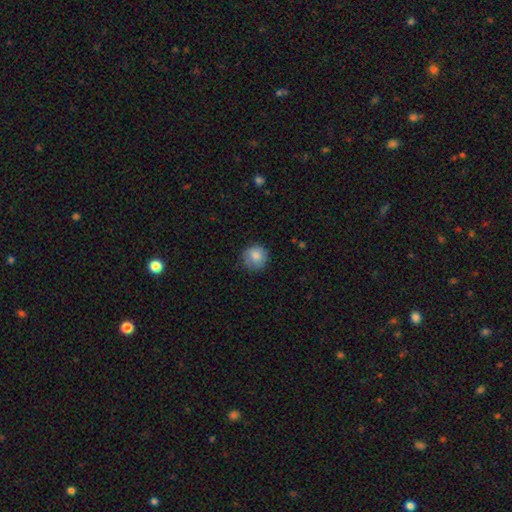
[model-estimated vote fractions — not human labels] Q: Smooth or featured?
A: smooth (84%); runner-up: star or artifact (8%)
Q: How rounded?
A: round (93%); runner-up: in between (6%)
Q: Merging?
A: none (80%); runner-up: minor disturbance (16%)